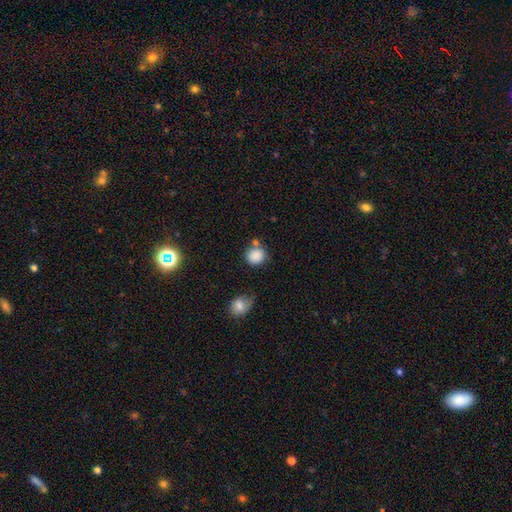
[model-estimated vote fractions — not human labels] The model was most divided on "merging": none: 68%, minor disturbance: 14%, merger: 13%, major disturbance: 5%. More confident: smooth or featured — smooth (87%); how rounded — round (86%).